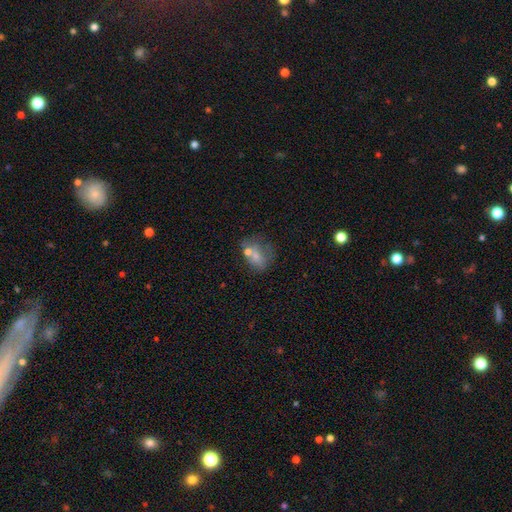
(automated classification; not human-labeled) Q: Smooth or featured?
A: smooth (49%); runner-up: featured or disk (31%)
Q: Merging?
A: none (41%); runner-up: merger (27%)